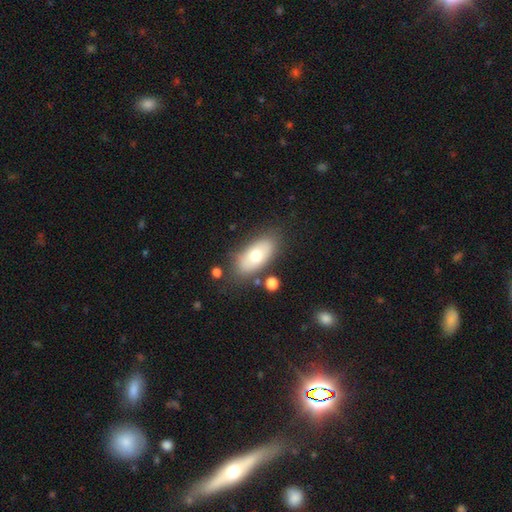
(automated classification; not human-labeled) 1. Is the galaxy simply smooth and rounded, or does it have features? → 66% smooth, 26% featured or disk, 8% star or artifact.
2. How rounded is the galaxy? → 89% in between, 7% cigar-shaped, 4% round.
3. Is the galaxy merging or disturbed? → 78% none, 13% minor disturbance, 5% merger, 4% major disturbance.